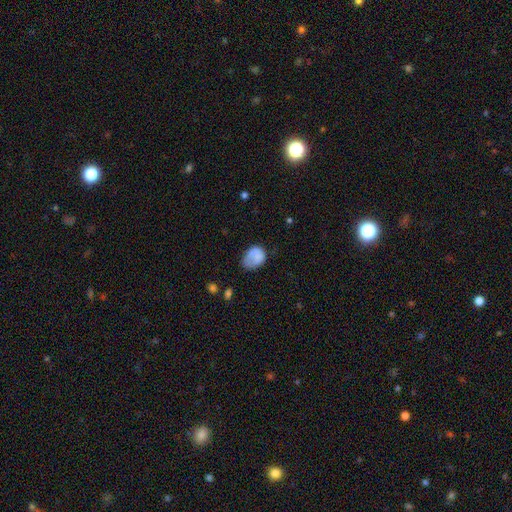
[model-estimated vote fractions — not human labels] The model was most divided on "merging": none: 44%, minor disturbance: 35%, major disturbance: 19%, merger: 3%. More confident: smooth or featured — smooth (77%); how rounded — in between (67%).